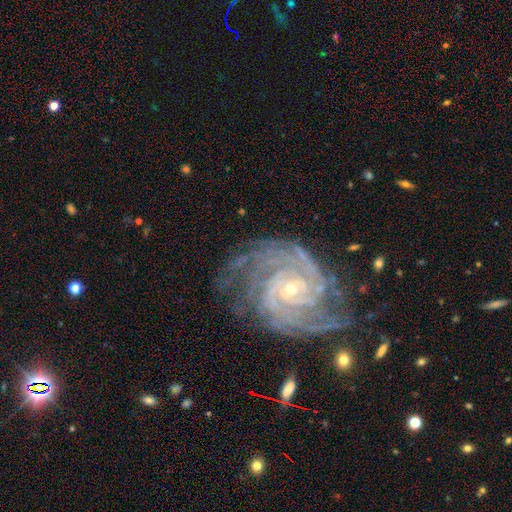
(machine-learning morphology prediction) type=featured or disk (88%); edge-on=no (97%); bar=no (53%); spiral arms=yes (98%); winding=tight (68%); arm count=2 (26%); bulge=small (69%); merging=none (74%).